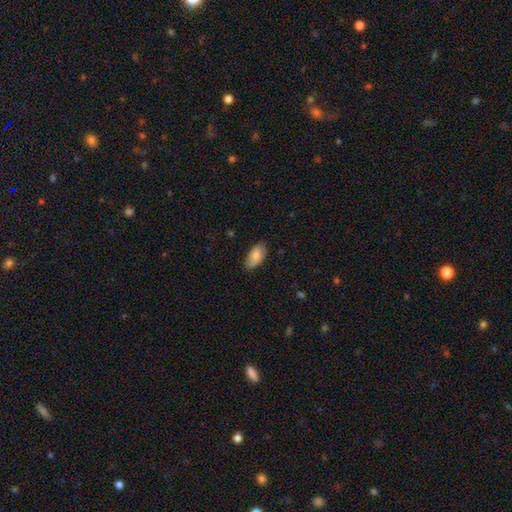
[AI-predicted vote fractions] Morphology: type=smooth (80%); roundness=in between (93%); merging=none (78%).